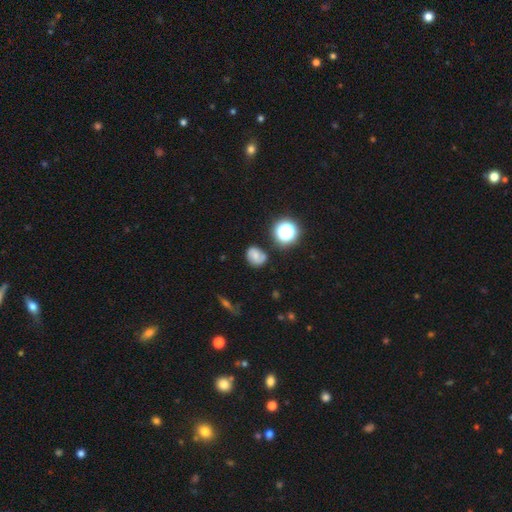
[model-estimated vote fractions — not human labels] Overall: smooth (46%; featured or disk 38%). Merging: none (67%).